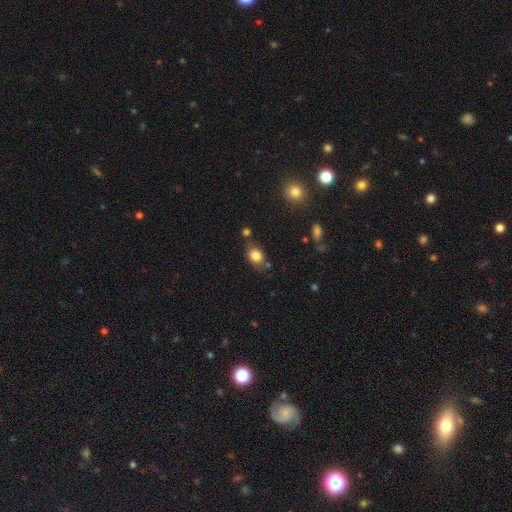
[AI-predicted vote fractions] Smooth or featured? smooth (82%)
How rounded? in between (63%)
Merging? none (69%)